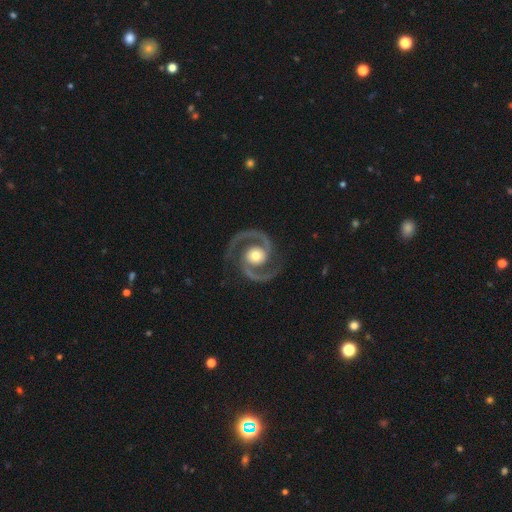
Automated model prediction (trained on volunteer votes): Smooth or featured: featured or disk — 94% (star or artifact — 4%)
Edge-on disk: no — 98% (yes — 2%)
Bar: no — 66% (weak — 22%)
Spiral arms: yes — 99% (no — 1%)
Spiral winding: medium — 63% (tight — 27%)
Spiral arm count: 2 — 95% (3 — 1%)
Bulge size: moderate — 71% (large — 14%)
Merging: none — 86% (minor disturbance — 9%)